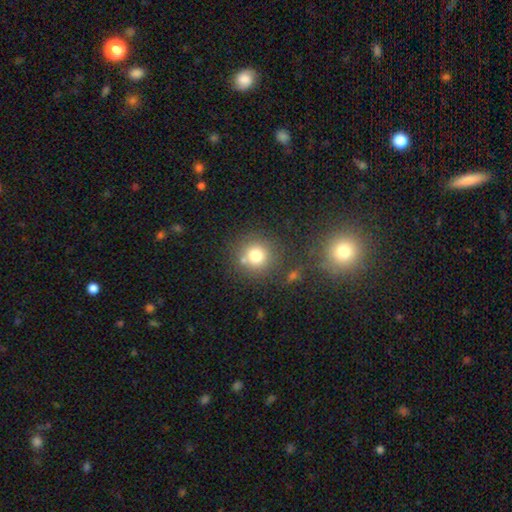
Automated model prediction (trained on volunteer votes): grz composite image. It shows a smooth galaxy with no disk features (76%) that is round (91%). Merging: none (73%).